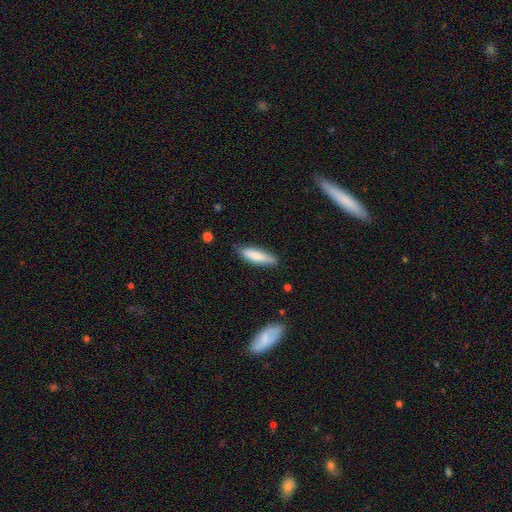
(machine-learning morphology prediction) A smooth galaxy with no disk features (81%) that is cigar-shaped (66%). Merging: none (78%).